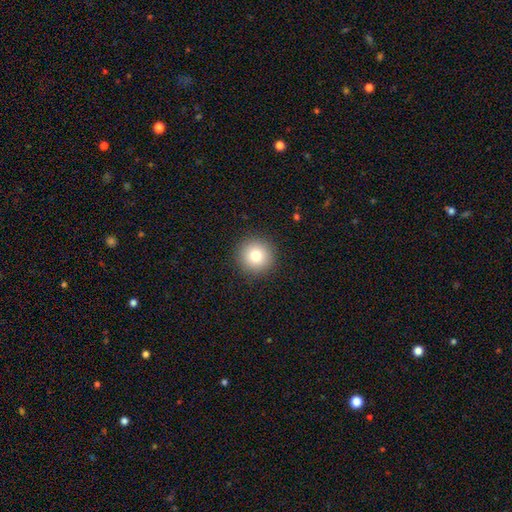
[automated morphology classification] Smooth or featured? Predicted: smooth (p=0.82). How rounded? Predicted: round (p=0.96). Merging? Predicted: none (p=0.92).